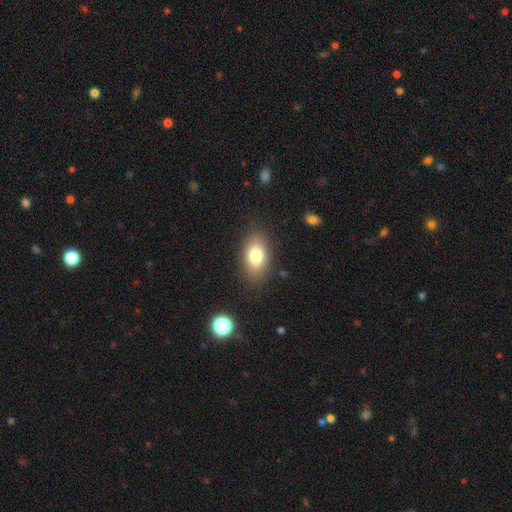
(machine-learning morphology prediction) Smooth or featured: smooth — 78% (featured or disk — 13%)
How rounded: in between — 88% (round — 9%)
Merging: none — 84% (minor disturbance — 11%)